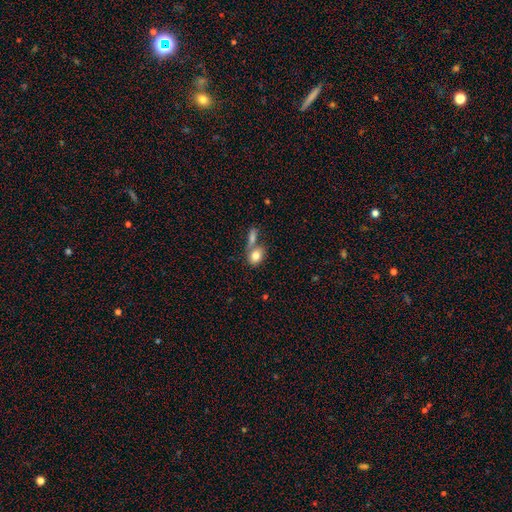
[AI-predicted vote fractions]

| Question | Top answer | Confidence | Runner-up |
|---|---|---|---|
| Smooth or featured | smooth | 81% | featured or disk (11%) |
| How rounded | in between | 63% | round (34%) |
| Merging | none | 43% | merger (40%) |